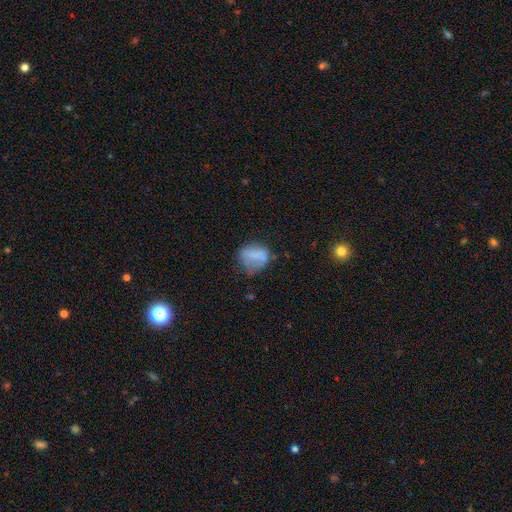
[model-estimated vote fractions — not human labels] Smooth or featured: smooth — 69% (featured or disk — 20%)
How rounded: round — 50% (in between — 49%)
Merging: none — 43% (minor disturbance — 30%)